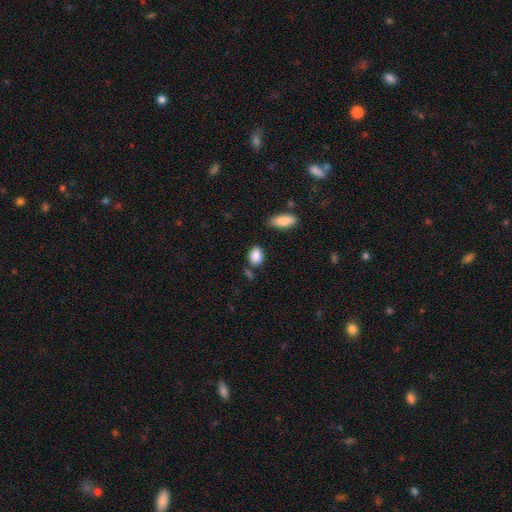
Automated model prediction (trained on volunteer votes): Morphology: type=smooth (88%); roundness=in between (72%); merging=none (71%).